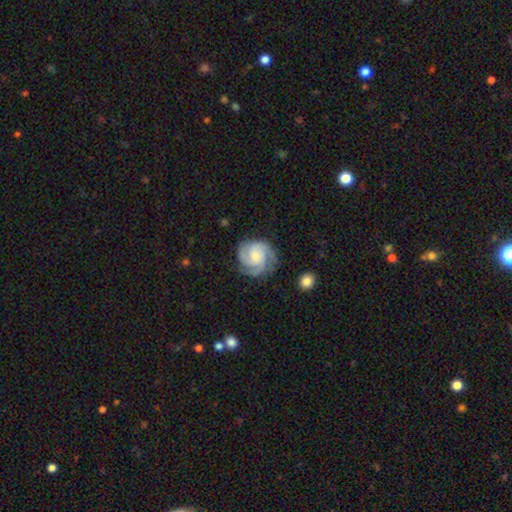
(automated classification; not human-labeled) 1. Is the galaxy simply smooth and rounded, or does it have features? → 87% featured or disk, 8% smooth, 5% star or artifact.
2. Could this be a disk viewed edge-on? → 98% no, 2% yes.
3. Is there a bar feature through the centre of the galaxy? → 73% no, 22% weak, 4% strong.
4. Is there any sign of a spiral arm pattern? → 98% yes, 2% no.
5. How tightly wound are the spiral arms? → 62% tight, 33% medium, 5% loose.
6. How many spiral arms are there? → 65% 3, 12% 4, 9% 2, 7% can't tell, 4% 1, 4% more than 4.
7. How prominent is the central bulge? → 56% small, 37% moderate, 4% none, 3% large, 1% dominant.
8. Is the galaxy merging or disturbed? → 79% none, 15% minor disturbance, 5% major disturbance, 1% merger.